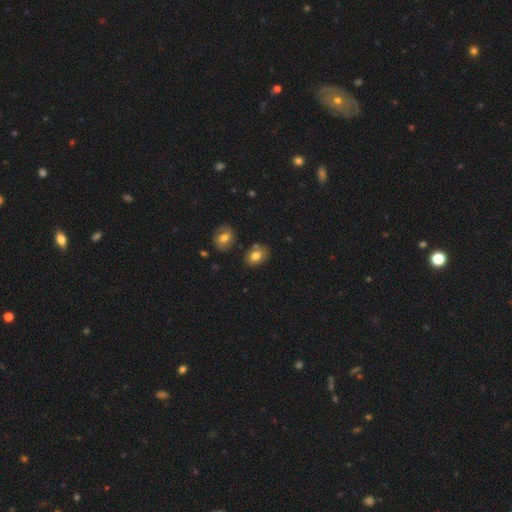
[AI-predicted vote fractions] A smooth galaxy with no disk features (78%) that is in between round and cigar-shaped (78%). Merging: none (73%).